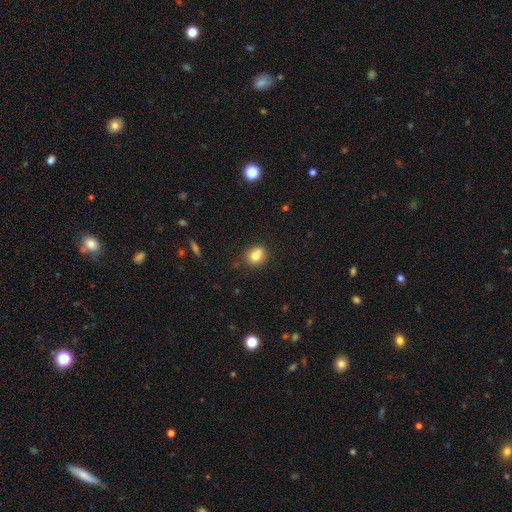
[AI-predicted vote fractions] smooth-or-featured: smooth: 75% | featured or disk: 14% | star or artifact: 11%
  how-rounded: round: 74% | in between: 25% | cigar-shaped: 1%
  merging: none: 56% | merger: 23% | minor disturbance: 16% | major disturbance: 4%